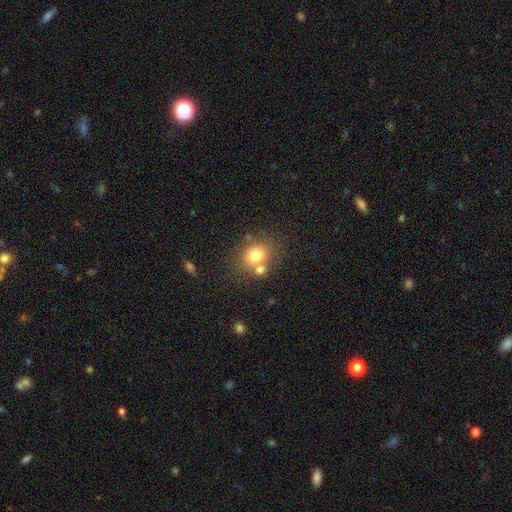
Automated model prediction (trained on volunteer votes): smooth_or_featured: smooth (p=0.76) [alt: featured or disk p=0.13]
how_rounded: round (p=0.66) [alt: in between p=0.33]
merging: none (p=0.58) [alt: merger p=0.26]